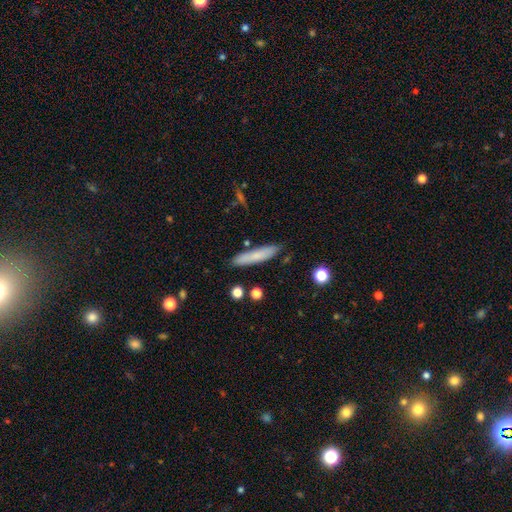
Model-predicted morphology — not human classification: Smooth or featured? smooth (75%)
How rounded? cigar-shaped (86%)
Merging? none (83%)